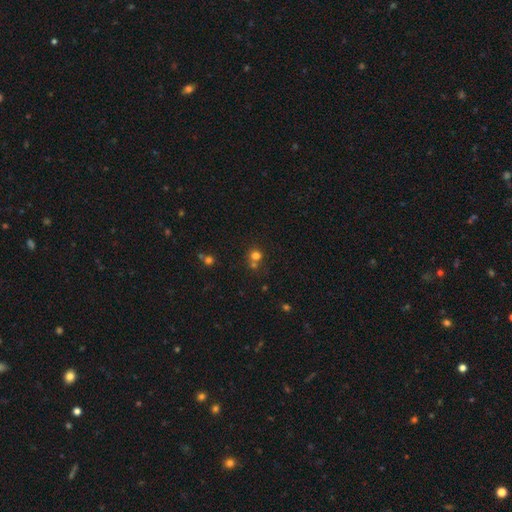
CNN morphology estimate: A smooth galaxy with no disk features (73%) that is round (87%). Merging: none (57%).